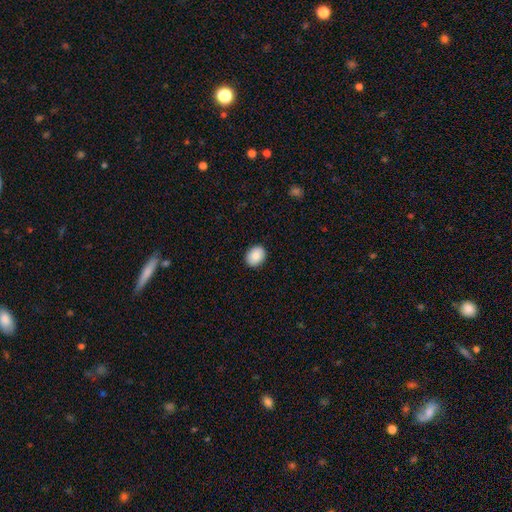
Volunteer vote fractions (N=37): Volunteers were most divided on "how rounded": in between: 56%, round: 44%, cigar-shaped: 0%. More confident: smooth or featured — smooth (86%); merging — none (86%).